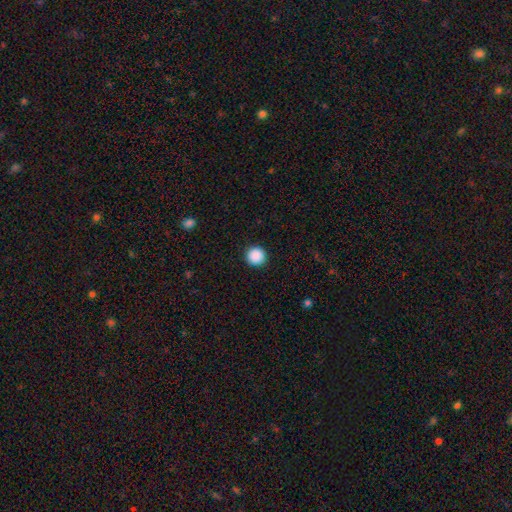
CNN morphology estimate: The model was most divided on "smooth or featured": smooth: 89%, star or artifact: 9%, featured or disk: 2%. More confident: how rounded — round (96%); merging — none (93%).